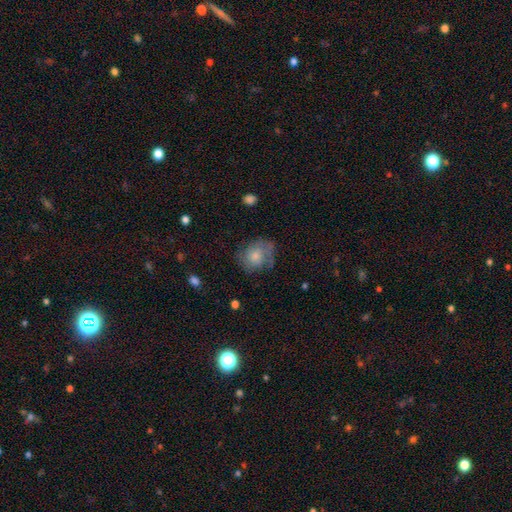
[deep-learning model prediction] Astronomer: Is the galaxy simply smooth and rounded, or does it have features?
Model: smooth — 57% (runner-up: featured or disk, 35%).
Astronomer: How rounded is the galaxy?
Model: round — 63%.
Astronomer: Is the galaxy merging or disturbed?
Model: none — 58%.